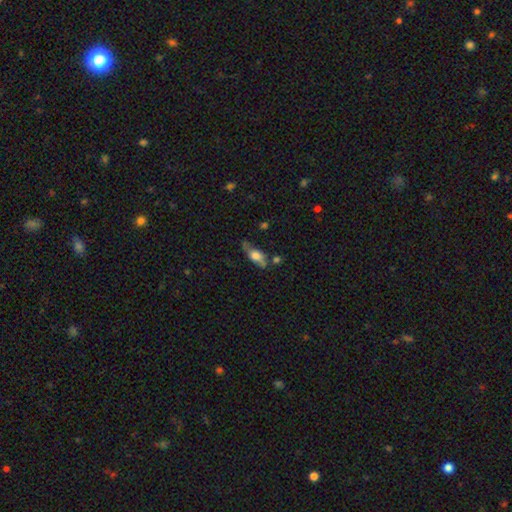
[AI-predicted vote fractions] This appears to be a smooth galaxy with no disk features (53%) that is in between round and cigar-shaped (67%). Merging: none (61%).